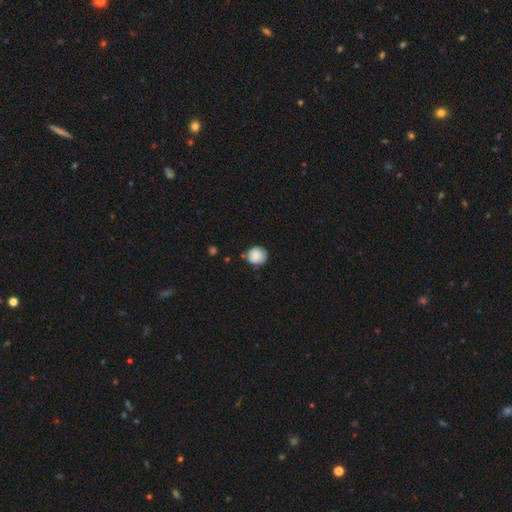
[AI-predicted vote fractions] This appears to be a smooth galaxy with no disk features (86%) that is round (89%). Merging: none (75%).